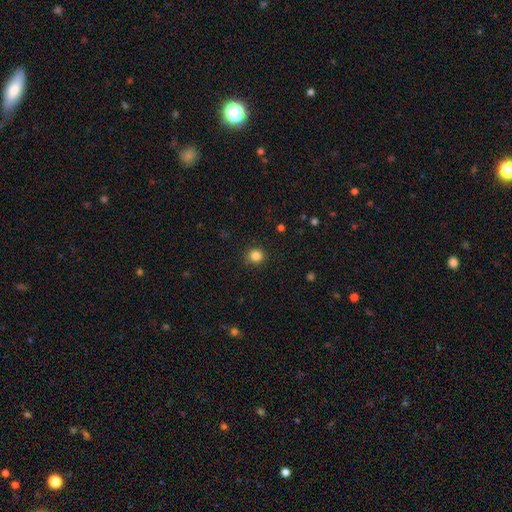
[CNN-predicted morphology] A smooth galaxy with no disk features (85%) that is round (90%). Merging: none (91%).